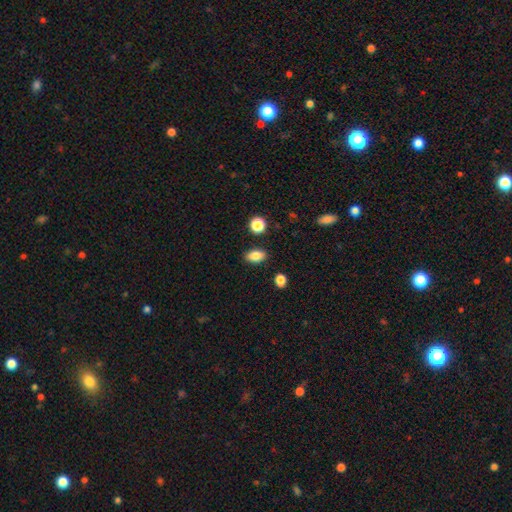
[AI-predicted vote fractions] Q: Smooth or featured?
A: smooth (84%); runner-up: star or artifact (9%)
Q: How rounded?
A: in between (86%); runner-up: round (11%)
Q: Merging?
A: none (87%); runner-up: minor disturbance (9%)